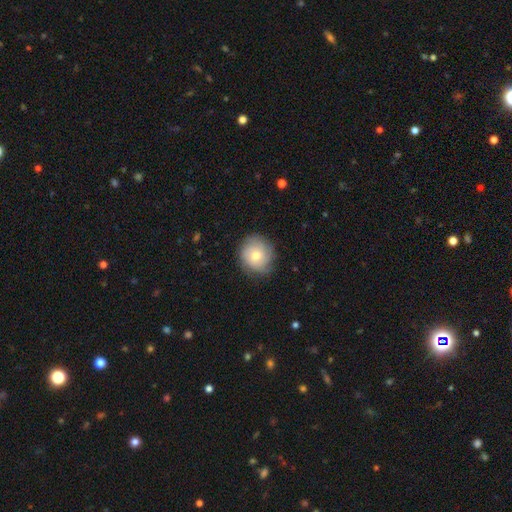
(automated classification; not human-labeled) Overall: smooth (61%; featured or disk 30%). How rounded: round (86%). Merging: none (77%).